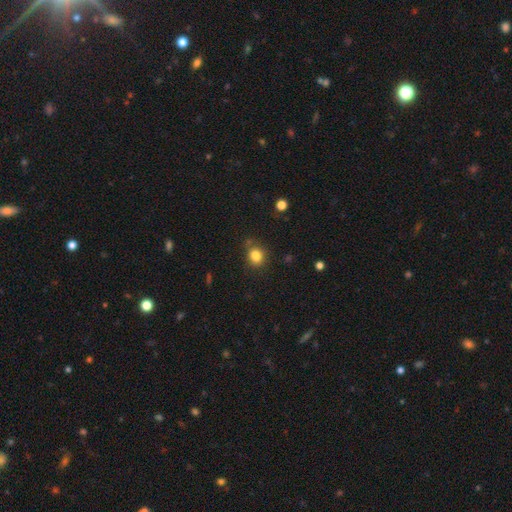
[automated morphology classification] type=smooth (83%); roundness=round (71%); merging=none (75%).